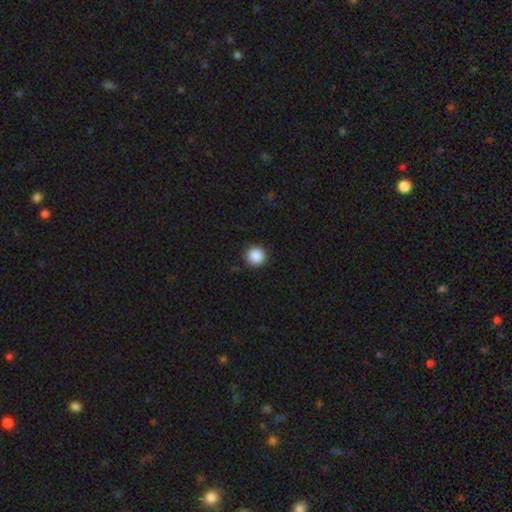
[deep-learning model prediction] Overall: smooth (89%). How rounded: round (96%). Merging: none (92%).